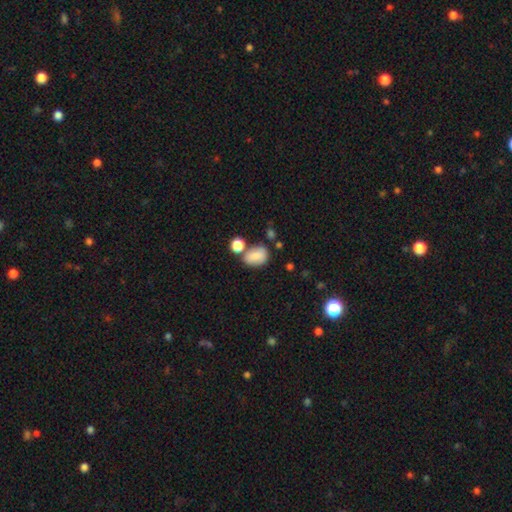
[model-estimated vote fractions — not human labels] A smooth galaxy with no disk features (80%) that is in between round and cigar-shaped (76%).

Vote fractions:
- Smooth or featured? smooth: 80% / featured or disk: 10% / star or artifact: 9%
- How rounded? in between: 76% / round: 22% / cigar-shaped: 1%
- Merging? none: 53% / merger: 23% / minor disturbance: 18% / major disturbance: 6%